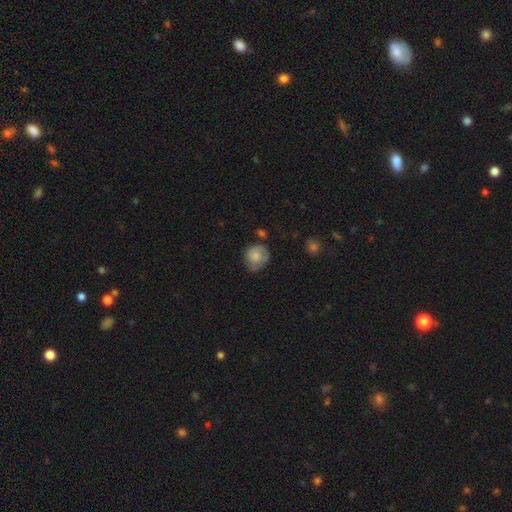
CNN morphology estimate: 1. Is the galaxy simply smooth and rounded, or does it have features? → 71% smooth, 21% featured or disk, 7% star or artifact.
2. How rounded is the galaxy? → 79% round, 20% in between, 1% cigar-shaped.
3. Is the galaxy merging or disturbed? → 54% none, 31% minor disturbance, 11% major disturbance, 3% merger.